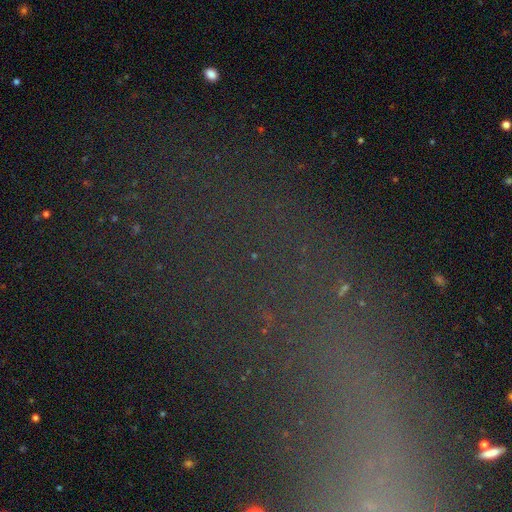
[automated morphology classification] type=star or artifact (62%).